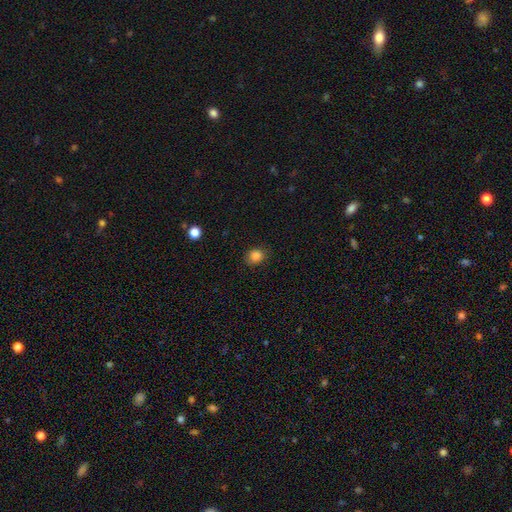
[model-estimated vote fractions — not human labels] Q: Smooth or featured?
A: smooth (84%); runner-up: star or artifact (11%)
Q: How rounded?
A: round (59%); runner-up: in between (40%)
Q: Merging?
A: none (81%); runner-up: minor disturbance (15%)